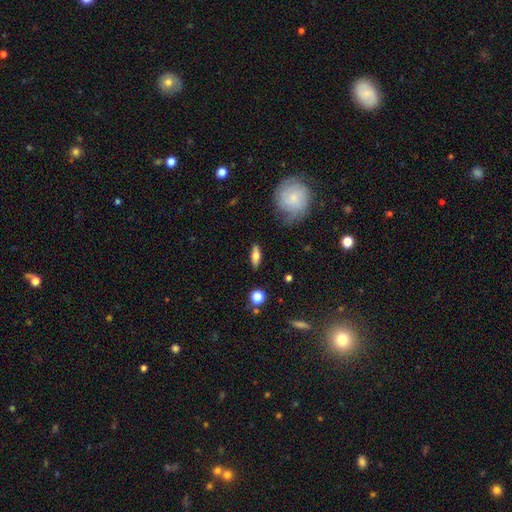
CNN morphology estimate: smooth_or_featured: smooth (p=0.57) [alt: featured or disk p=0.35]
how_rounded: in between (p=0.63) [alt: cigar-shaped p=0.32]
merging: none (p=0.83) [alt: minor disturbance p=0.12]